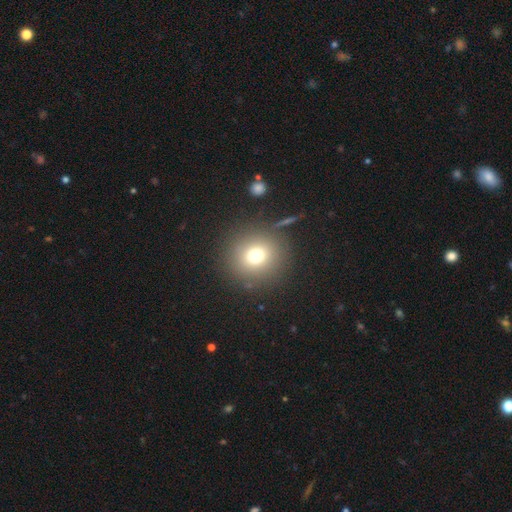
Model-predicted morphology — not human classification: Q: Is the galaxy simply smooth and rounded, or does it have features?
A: smooth — 73%.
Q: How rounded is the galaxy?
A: round — 92%.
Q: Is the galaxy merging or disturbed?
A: none — 86%.